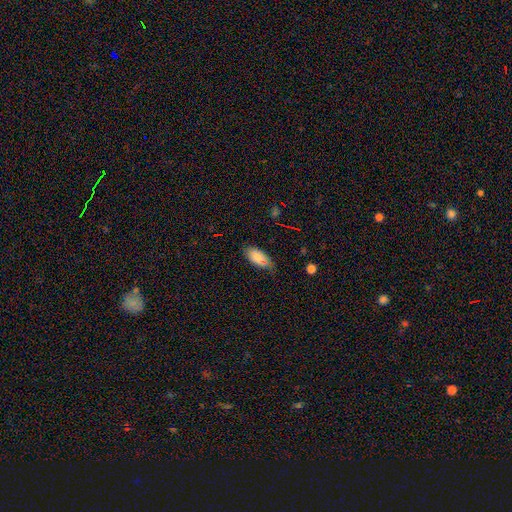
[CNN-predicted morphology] Q: Smooth or featured?
A: smooth (83%); runner-up: featured or disk (9%)
Q: How rounded?
A: in between (88%); runner-up: cigar-shaped (10%)
Q: Merging?
A: none (56%); runner-up: minor disturbance (33%)